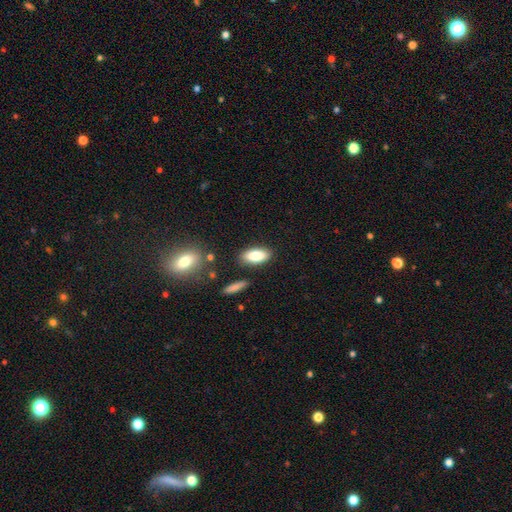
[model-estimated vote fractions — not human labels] Morphology: type=smooth (83%); roundness=in between (89%); merging=none (83%).